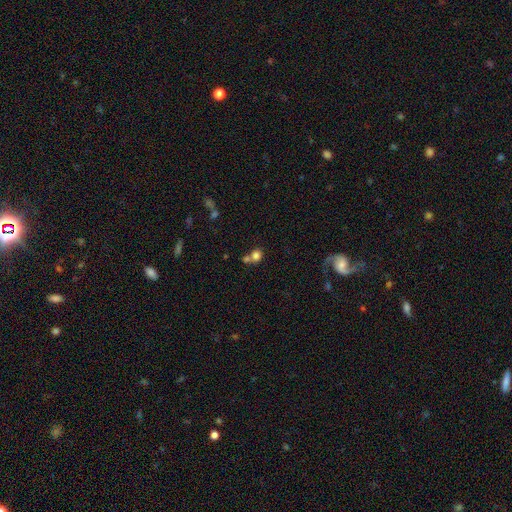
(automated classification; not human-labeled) Overall: smooth (77%). How rounded: round (72%). Merging: none (44%; merger 43%).